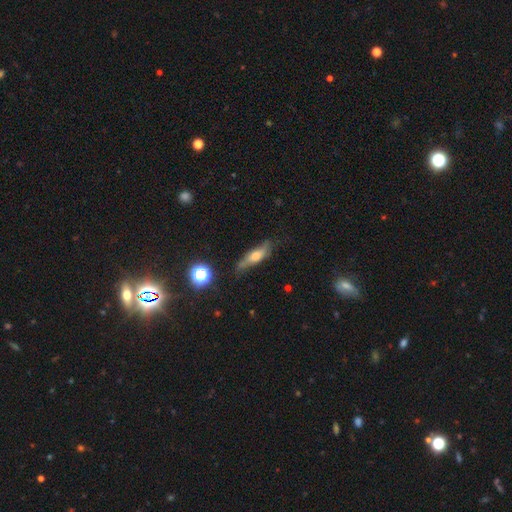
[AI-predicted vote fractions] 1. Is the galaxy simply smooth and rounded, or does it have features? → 54% smooth, 36% featured or disk, 10% star or artifact.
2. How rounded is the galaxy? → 63% cigar-shaped, 33% in between, 4% round.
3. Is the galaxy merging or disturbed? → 67% none, 24% minor disturbance, 7% major disturbance, 2% merger.